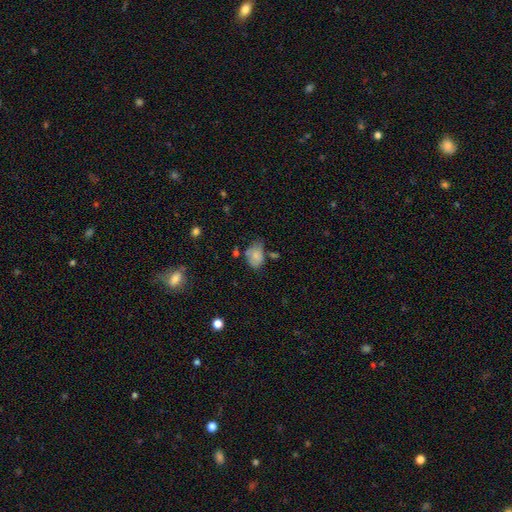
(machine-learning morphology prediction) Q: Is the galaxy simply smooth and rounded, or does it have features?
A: smooth — 76%.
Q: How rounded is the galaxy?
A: in between — 76%.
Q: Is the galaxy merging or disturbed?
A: none — 43%.